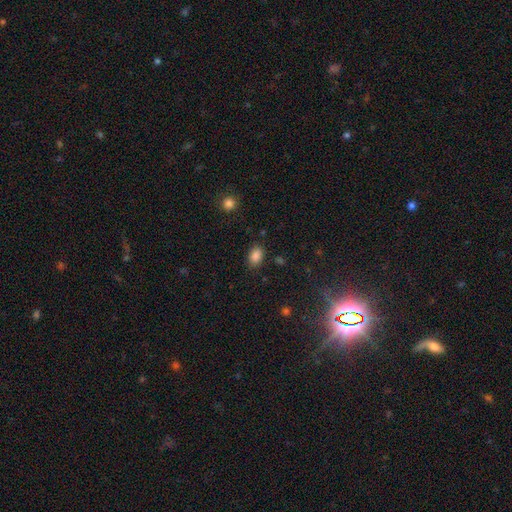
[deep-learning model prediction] The model was most divided on "how rounded": in between: 80%, round: 19%, cigar-shaped: 1%. More confident: smooth or featured — smooth (86%); merging — none (84%).